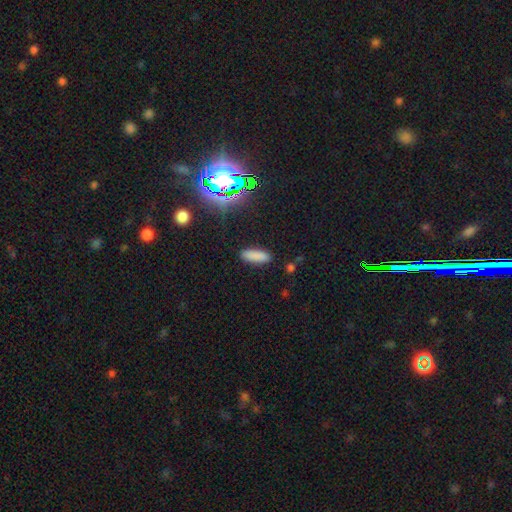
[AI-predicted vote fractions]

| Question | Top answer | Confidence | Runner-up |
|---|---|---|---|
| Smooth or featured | smooth | 84% | star or artifact (11%) |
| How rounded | in between | 53% | cigar-shaped (45%) |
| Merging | none | 89% | minor disturbance (8%) |